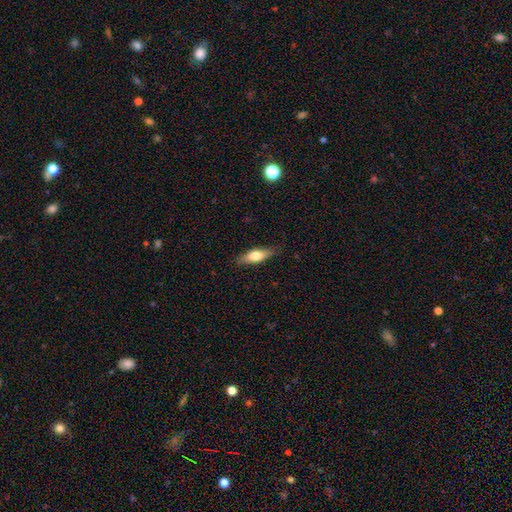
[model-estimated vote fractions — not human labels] A smooth galaxy with no disk features (64%) that is in between round and cigar-shaped (56%).

Vote fractions:
- Smooth or featured? smooth: 64% / featured or disk: 30% / star or artifact: 6%
- How rounded? in between: 56% / cigar-shaped: 41% / round: 3%
- Merging? none: 83% / minor disturbance: 13% / major disturbance: 3% / merger: 1%